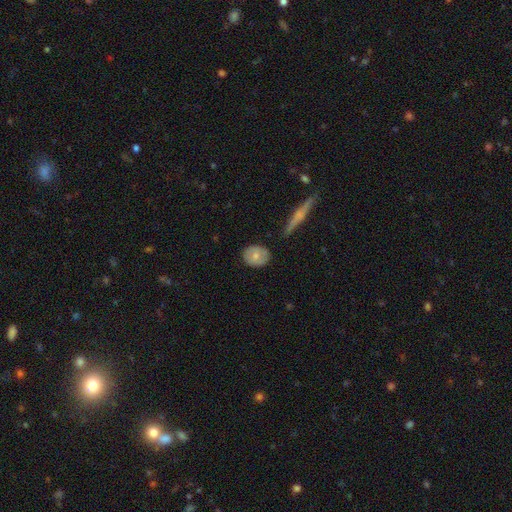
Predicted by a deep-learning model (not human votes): Q: Smooth or featured?
A: smooth (67%); runner-up: featured or disk (26%)
Q: How rounded?
A: round (64%); runner-up: in between (34%)
Q: Merging?
A: none (84%); runner-up: minor disturbance (12%)